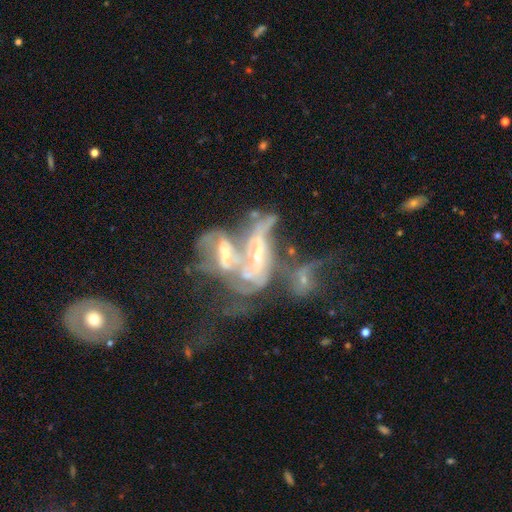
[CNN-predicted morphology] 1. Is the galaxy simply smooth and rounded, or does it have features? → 75% featured or disk, 13% smooth, 12% star or artifact.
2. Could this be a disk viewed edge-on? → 93% no, 7% yes.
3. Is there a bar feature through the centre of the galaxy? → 54% no, 27% weak, 19% strong.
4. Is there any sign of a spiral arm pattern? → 61% yes, 39% no.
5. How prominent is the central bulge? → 47% small, 35% moderate, 13% none, 3% large, 2% dominant.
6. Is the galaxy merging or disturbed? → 73% merger, 15% major disturbance, 7% none, 5% minor disturbance.